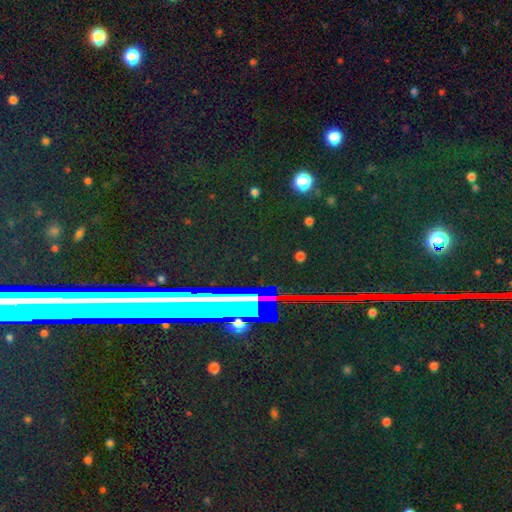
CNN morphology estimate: Smooth or featured? star or artifact (74%)